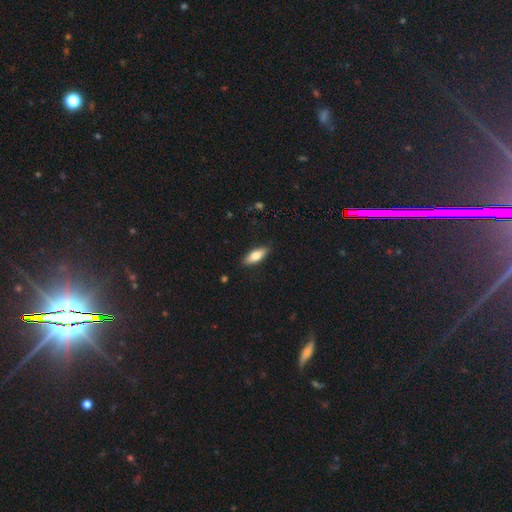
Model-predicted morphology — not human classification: Smooth or featured? Predicted: smooth (p=0.72). How rounded? Predicted: in between (p=0.64). Merging? Predicted: none (p=0.88).